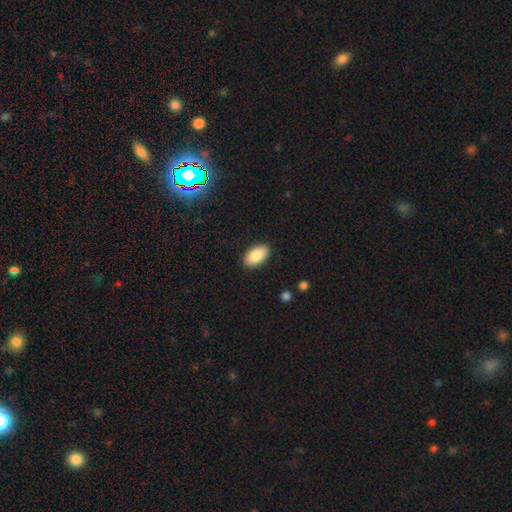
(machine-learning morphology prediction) The model was most divided on "smooth or featured": smooth: 87%, featured or disk: 7%, star or artifact: 7%. More confident: how rounded — in between (94%); merging — none (89%).